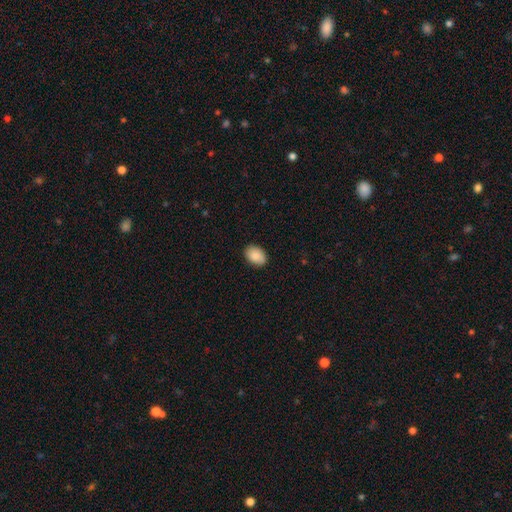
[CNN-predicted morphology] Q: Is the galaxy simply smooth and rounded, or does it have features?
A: smooth — 90%.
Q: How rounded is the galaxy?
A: in between — 84%.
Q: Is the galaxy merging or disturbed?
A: none — 89%.